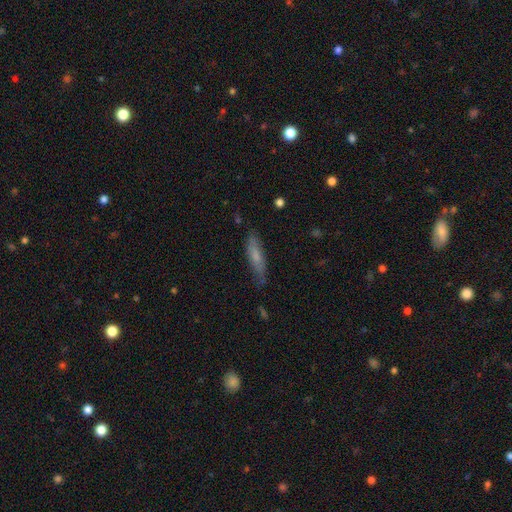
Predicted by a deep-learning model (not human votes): This appears to be a smooth galaxy with no disk features (62%) that is cigar-shaped (79%). Merging: none (74%).